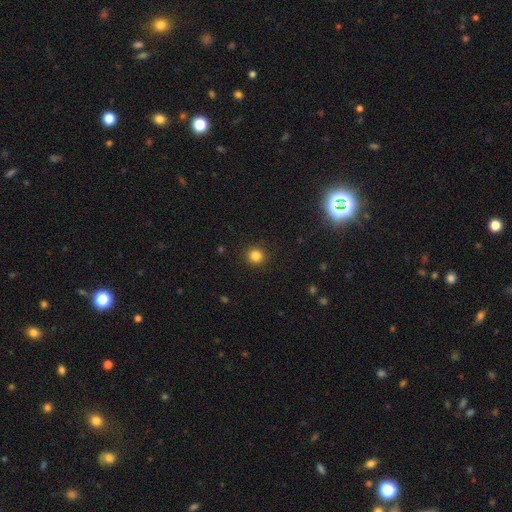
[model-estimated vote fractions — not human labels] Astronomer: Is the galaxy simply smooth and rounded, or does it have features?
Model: smooth — 84%.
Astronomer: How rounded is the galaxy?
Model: round — 93%.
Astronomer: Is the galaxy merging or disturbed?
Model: none — 92%.